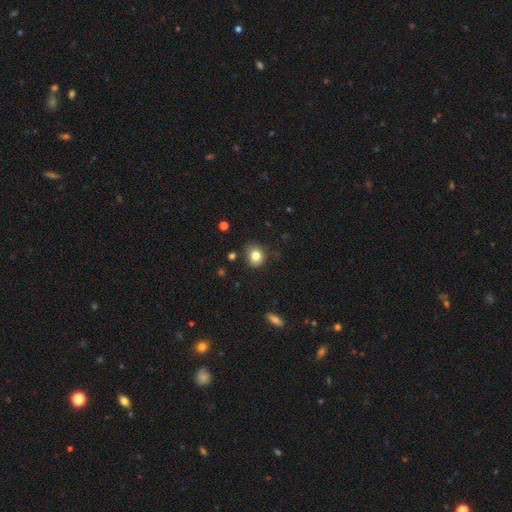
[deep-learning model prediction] This appears to be a smooth galaxy with no disk features (81%) that is round (77%). Merging: none (80%).